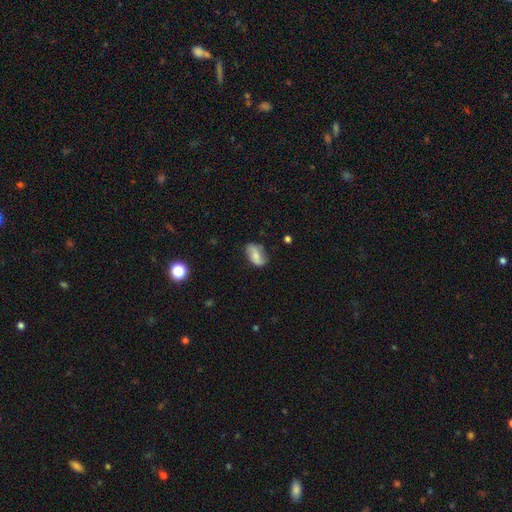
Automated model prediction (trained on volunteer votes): Smooth or featured? Predicted: smooth (p=0.55). How rounded? Predicted: in between (p=0.89). Merging? Predicted: none (p=0.68).